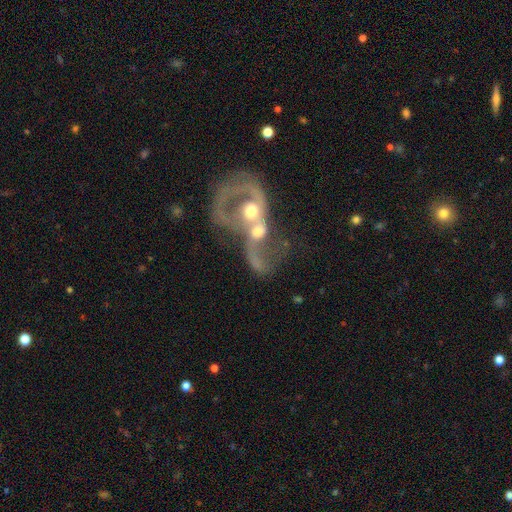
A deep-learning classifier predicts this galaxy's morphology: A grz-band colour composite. It shows a featured or disk galaxy (73%) with no bar (71%), spiral arms (64%) and a moderate central bulge (66%). Merging: merger (81%).